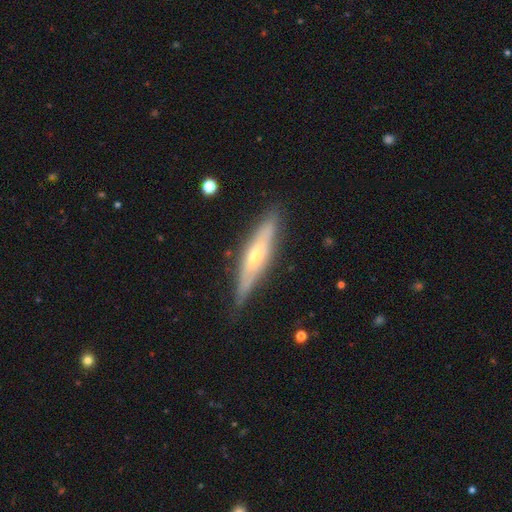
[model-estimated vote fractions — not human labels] The model was most divided on "smooth or featured": featured or disk: 62%, smooth: 32%, star or artifact: 6%. More confident: edge-on disk — yes (87%); merging — none (82%); edge-on bulge — rounded (71%).